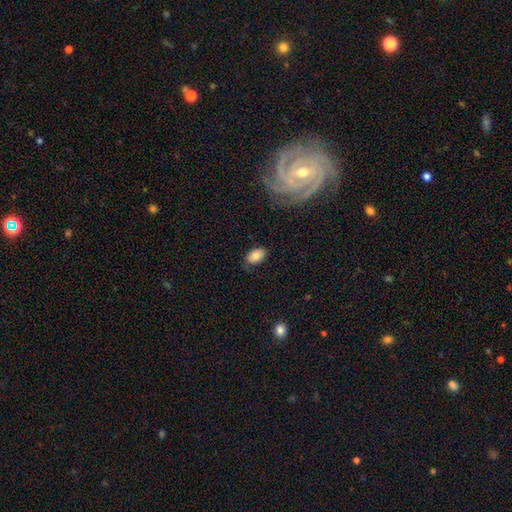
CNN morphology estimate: Smooth or featured?
  - smooth: 81% *
  - featured or disk: 11%
  - star or artifact: 8%
How rounded?
  - in between: 89% *
  - round: 10%
  - cigar-shaped: 1%
Merging?
  - none: 72% *
  - minor disturbance: 20%
  - major disturbance: 6%
  - merger: 2%